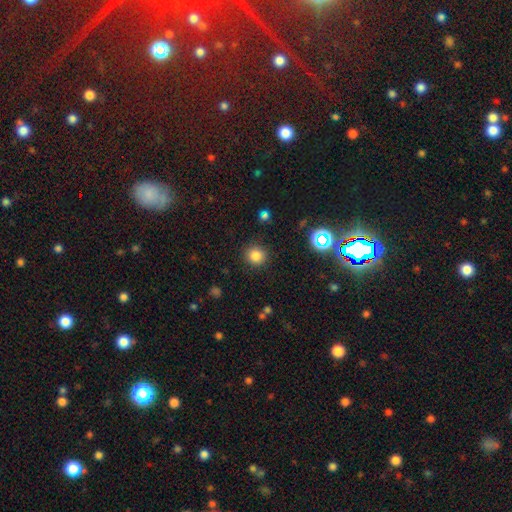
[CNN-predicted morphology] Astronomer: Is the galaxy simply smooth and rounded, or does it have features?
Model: smooth — 81%.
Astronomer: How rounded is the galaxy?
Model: round — 92%.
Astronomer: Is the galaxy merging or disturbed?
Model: none — 89%.